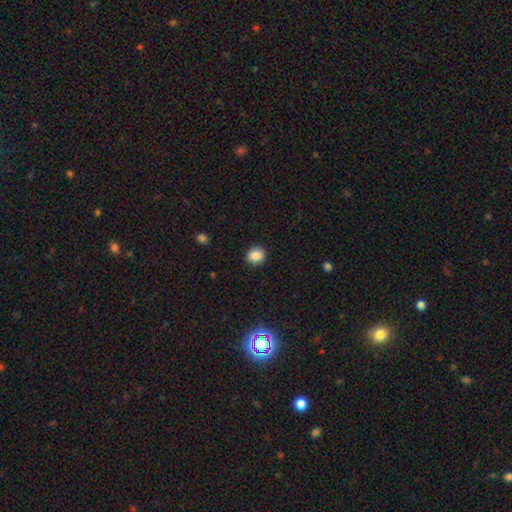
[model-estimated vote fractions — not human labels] Overall: smooth (86%). How rounded: round (75%). Merging: none (90%).